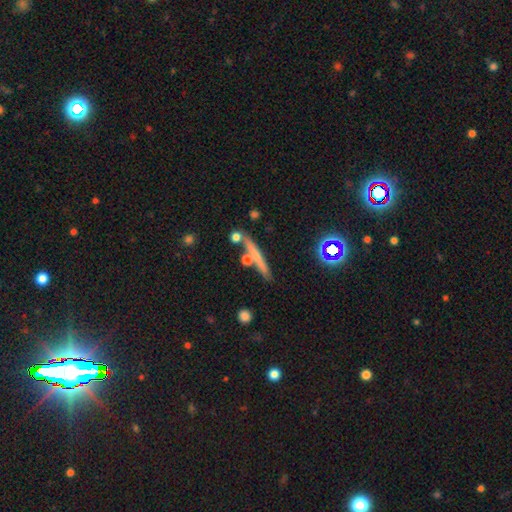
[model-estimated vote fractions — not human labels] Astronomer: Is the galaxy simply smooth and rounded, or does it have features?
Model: smooth — 49% (runner-up: featured or disk, 40%).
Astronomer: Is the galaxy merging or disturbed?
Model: none — 76%.